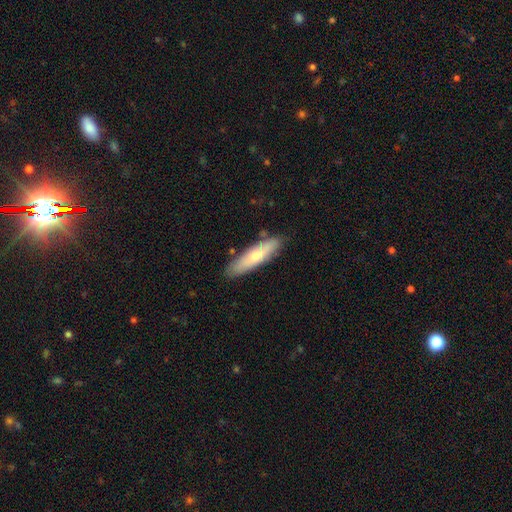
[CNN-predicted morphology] Overall: smooth (63%; featured or disk 31%). How rounded: cigar-shaped (70%). Merging: none (83%).